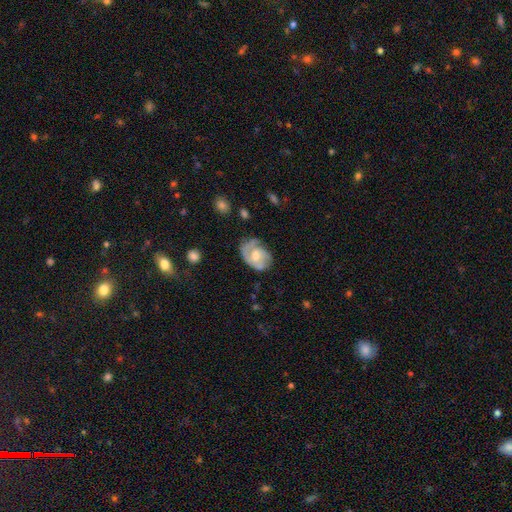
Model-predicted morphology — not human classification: This is likely a featured or disk galaxy (72%). It is clearly not viewed edge-on (97%). Bar: likely no (62%). Spiral arm pattern: clearly yes (87%). Spiral arm count: possibly 2 (49%). Spiral winding: possibly tight (46%). Central bulge: likely moderate (65%). Merging: possibly none (58%).